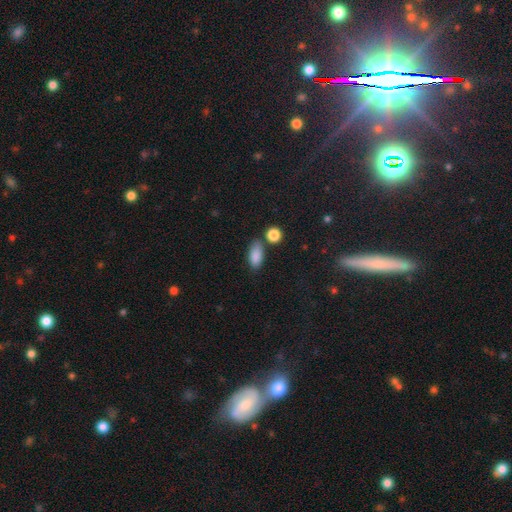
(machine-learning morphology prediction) smooth_or_featured: smooth (p=0.87) [alt: star or artifact p=0.08]
how_rounded: in between (p=0.87) [alt: cigar-shaped p=0.08]
merging: none (p=0.69) [alt: minor disturbance p=0.17]